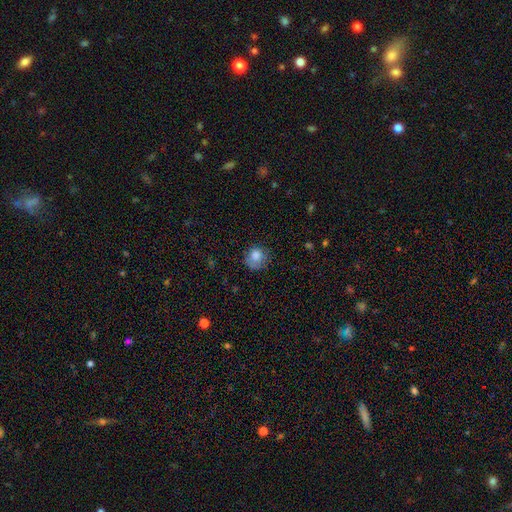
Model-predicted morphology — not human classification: A smooth galaxy with no disk features (80%) that is round (85%).

Vote fractions:
- Smooth or featured? smooth: 80% / star or artifact: 10% / featured or disk: 10%
- How rounded? round: 85% / in between: 14% / cigar-shaped: 1%
- Merging? none: 62% / minor disturbance: 25% / major disturbance: 11% / merger: 2%